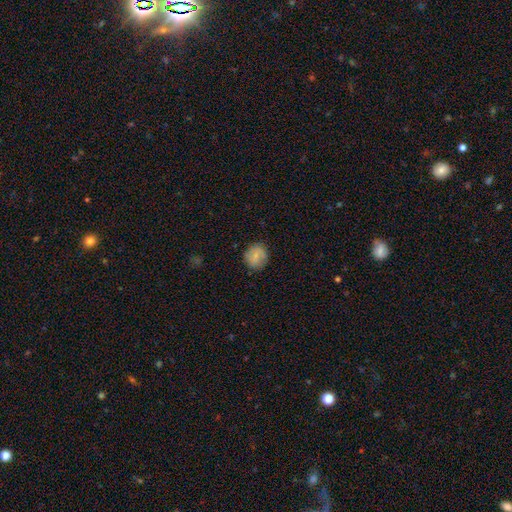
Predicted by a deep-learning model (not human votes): Smooth or featured? Predicted: smooth (p=0.71). How rounded? Predicted: round (p=0.82). Merging? Predicted: none (p=0.81).